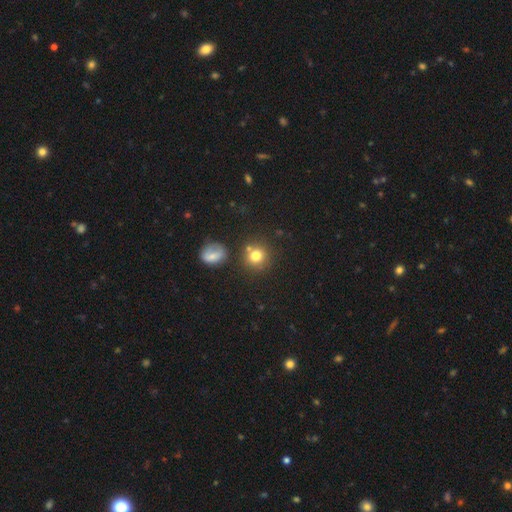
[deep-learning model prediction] smooth 78%, star or artifact 14%, featured or disk 8%. Down the decision tree: how rounded — round (87%); merging — none (72%).